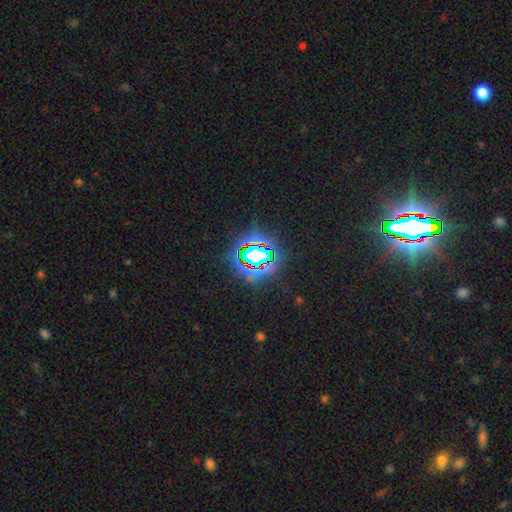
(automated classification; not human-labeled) Smooth or featured? star or artifact (75%)